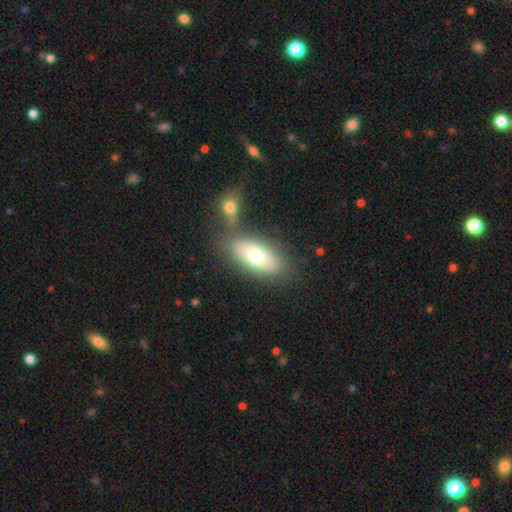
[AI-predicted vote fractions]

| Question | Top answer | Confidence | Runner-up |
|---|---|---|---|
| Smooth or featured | smooth | 70% | featured or disk (23%) |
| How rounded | in between | 85% | cigar-shaped (11%) |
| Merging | none | 65% | merger (19%) |